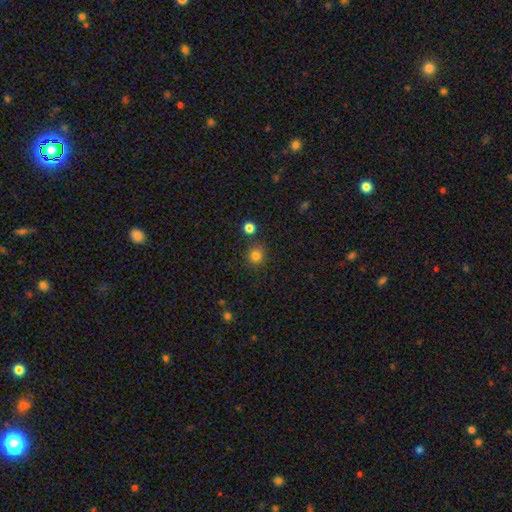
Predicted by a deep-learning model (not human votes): Smooth or featured: smooth — 82% (star or artifact — 14%)
How rounded: round — 91% (in between — 8%)
Merging: none — 83% (minor disturbance — 9%)